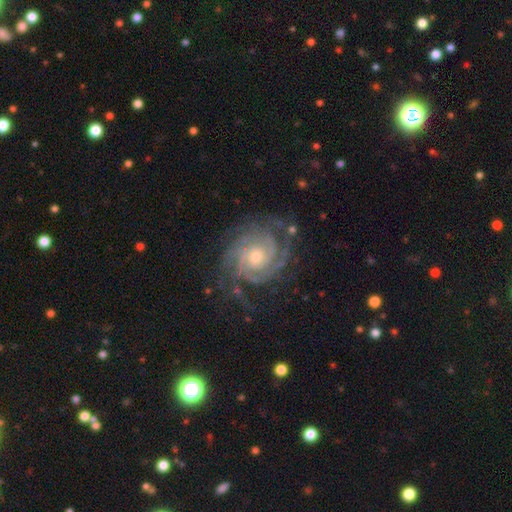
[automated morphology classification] Smooth or featured? featured or disk (91%)
Edge-on disk? no (98%)
Bar? no (72%)
Spiral arms? yes (98%)
Spiral winding? tight (77%)
Spiral arm count? 3 (26%)
Bulge size? small (51%)
Merging? none (75%)